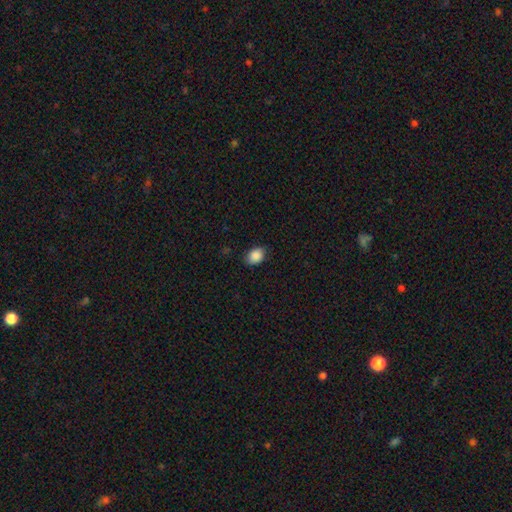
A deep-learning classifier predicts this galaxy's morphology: Overall: smooth (88%). How rounded: in between (71%). Merging: none (80%).